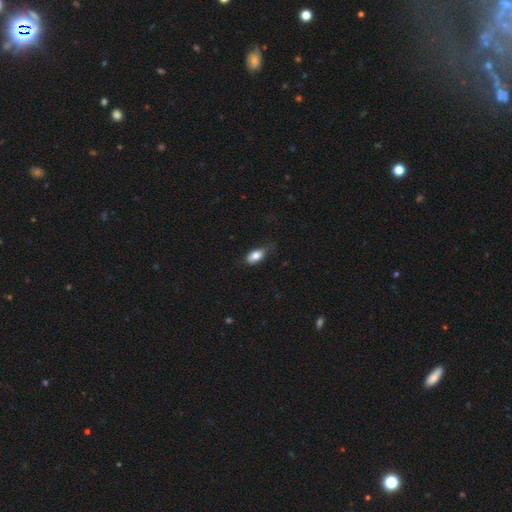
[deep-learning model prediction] Smooth or featured: smooth — 81% (featured or disk — 12%)
How rounded: in between — 89% (round — 6%)
Merging: none — 63% (minor disturbance — 28%)